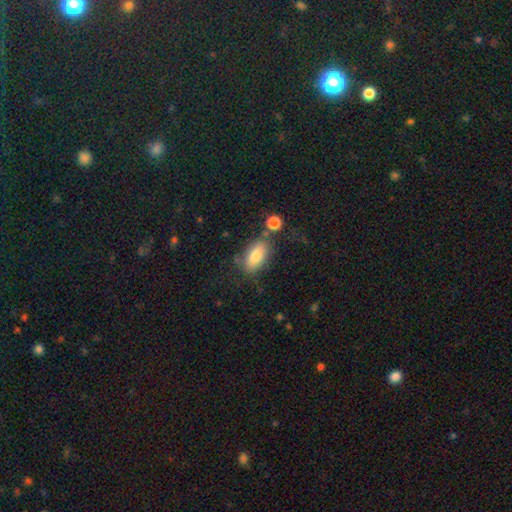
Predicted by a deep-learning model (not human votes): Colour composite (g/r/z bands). It shows a smooth galaxy with no disk features (81%) that is in between round and cigar-shaped (89%). Merging: none (71%).